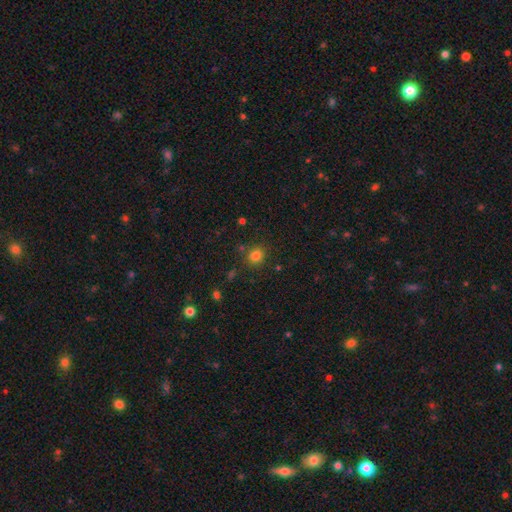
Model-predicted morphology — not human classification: A smooth galaxy with no disk features (81%) that is round (82%).

Vote fractions:
- Smooth or featured? smooth: 81% / star or artifact: 14% / featured or disk: 5%
- How rounded? round: 82% / in between: 17% / cigar-shaped: 1%
- Merging? none: 82% / minor disturbance: 10% / merger: 5% / major disturbance: 3%